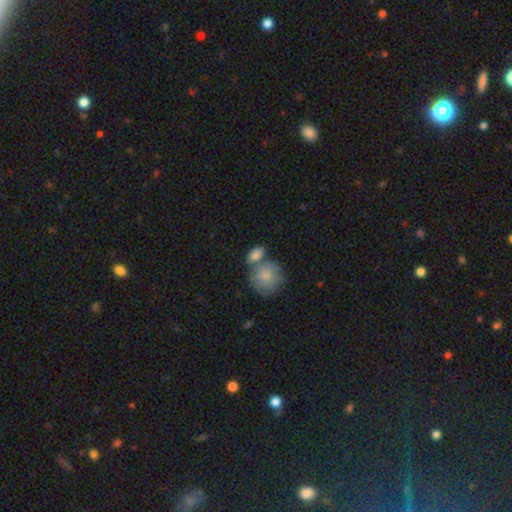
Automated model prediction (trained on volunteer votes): The model was most divided on "merging": merger: 42%, none: 41%, minor disturbance: 13%, major disturbance: 5%. More confident: smooth or featured — smooth (81%); how rounded — in between (64%).